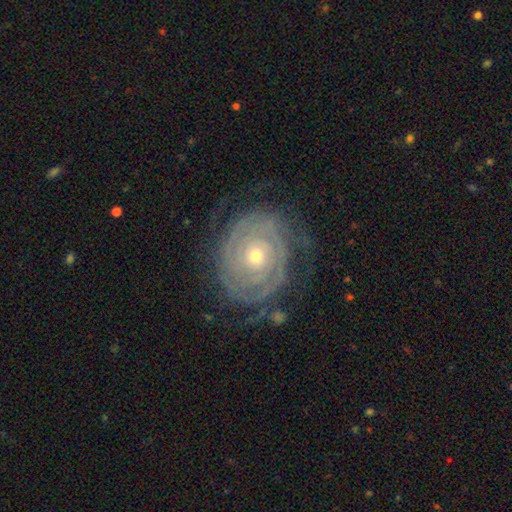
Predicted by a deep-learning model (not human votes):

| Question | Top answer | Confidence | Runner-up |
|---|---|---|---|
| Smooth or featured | featured or disk | 87% | smooth (7%) |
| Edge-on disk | no | 97% | yes (3%) |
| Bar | no | 80% | weak (15%) |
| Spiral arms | yes | 96% | no (4%) |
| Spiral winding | tight | 85% | medium (12%) |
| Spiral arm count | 2 | 35% | can't tell (26%) |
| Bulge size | small | 52% | moderate (45%) |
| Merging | none | 76% | minor disturbance (16%) |